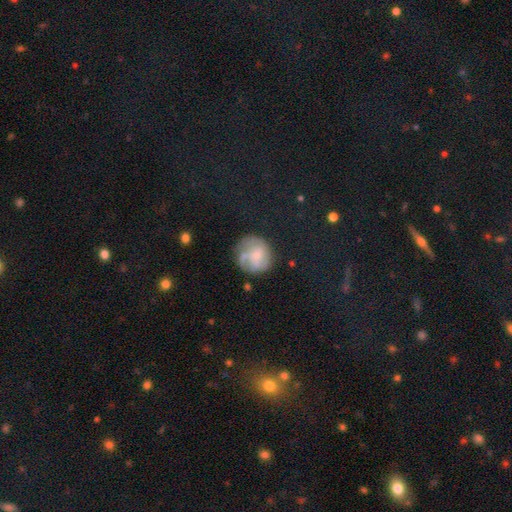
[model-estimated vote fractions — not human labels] Smooth or featured? Predicted: featured or disk (p=0.50). Merging? Predicted: none (p=0.54).